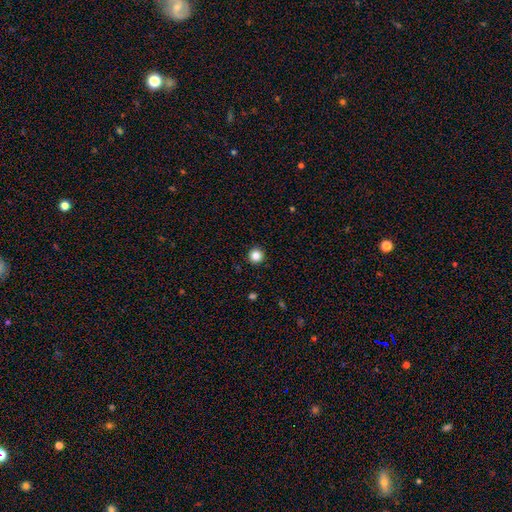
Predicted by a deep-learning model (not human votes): Smooth or featured? Predicted: smooth (p=0.84). How rounded? Predicted: round (p=0.96). Merging? Predicted: none (p=0.93).